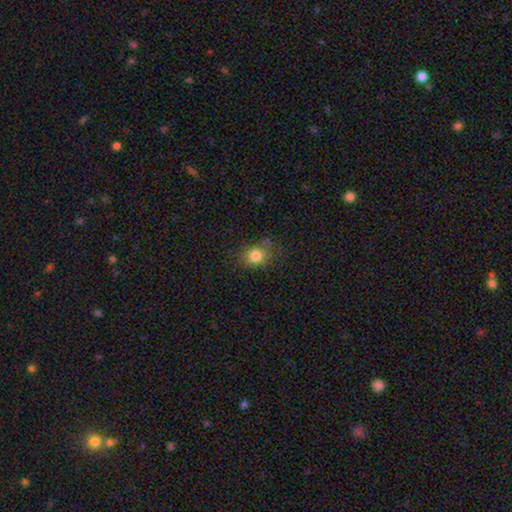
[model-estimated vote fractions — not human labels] Smooth or featured: smooth — 81% (star or artifact — 12%)
How rounded: round — 61% (in between — 38%)
Merging: none — 73% (minor disturbance — 18%)